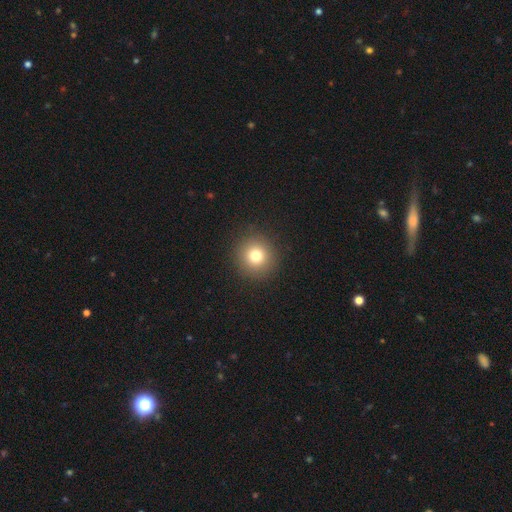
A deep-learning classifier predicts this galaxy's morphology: A smooth galaxy with no disk features (77%) that is round (94%). Merging: none (92%).